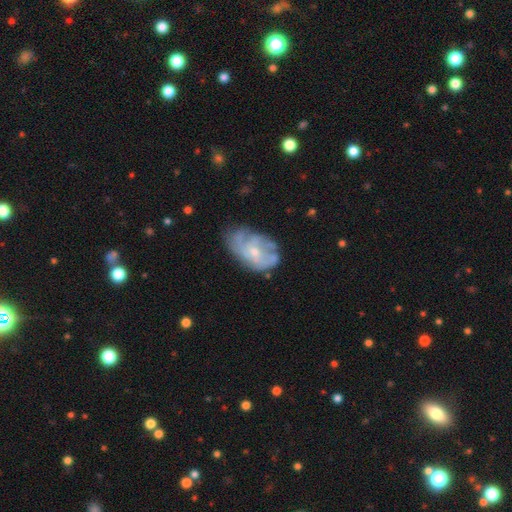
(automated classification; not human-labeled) A featured or disk galaxy (60%) with no bar (78%), spiral arms (62%) and a small central bulge (65%). Merging: none (57%).